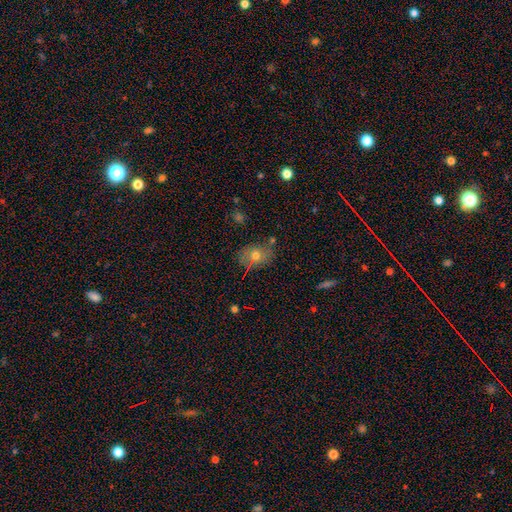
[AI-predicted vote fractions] smooth_or_featured: smooth (p=0.64) [alt: featured or disk p=0.22]
how_rounded: in between (p=0.70) [alt: round p=0.28]
merging: none (p=0.70) [alt: minor disturbance p=0.19]